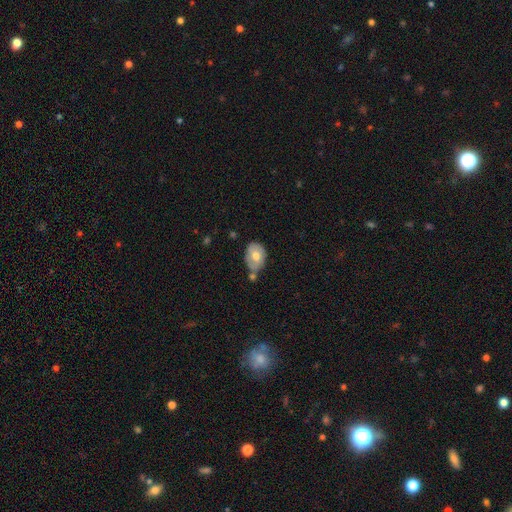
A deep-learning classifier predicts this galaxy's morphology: smooth_or_featured: smooth (p=0.59) [alt: featured or disk p=0.35]
how_rounded: in between (p=0.80) [alt: round p=0.19]
merging: none (p=0.48) [alt: minor disturbance p=0.25]